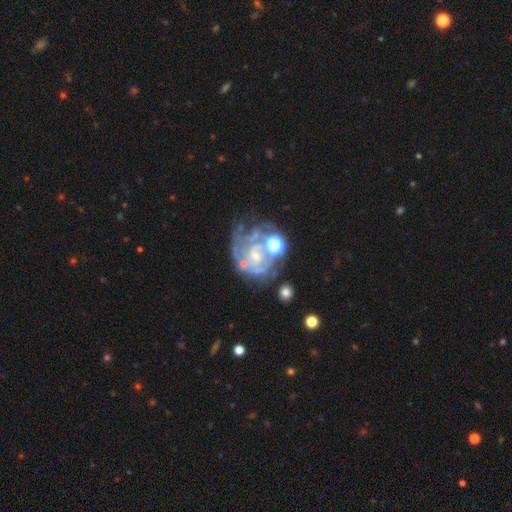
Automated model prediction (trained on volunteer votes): featured or disk 79%, star or artifact 11%, smooth 10%. Down the decision tree: edge-on disk — no (98%); bar — no (71%); spiral arms — yes (77%); spiral arm count — can't tell (44%); spiral winding — tight (56%); bulge size — small (55%); merging — none (40%).